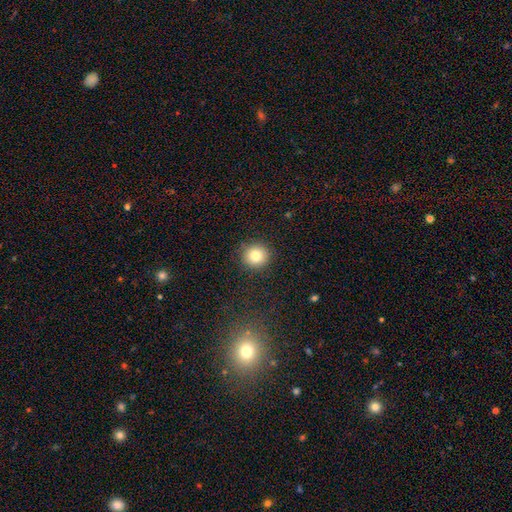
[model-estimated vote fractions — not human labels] Smooth or featured? smooth (80%)
How rounded? round (92%)
Merging? none (89%)